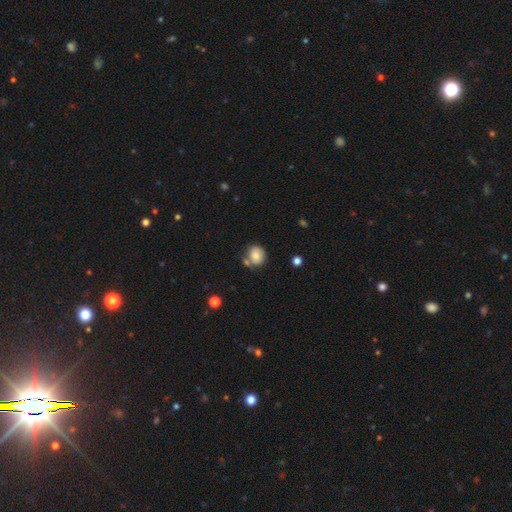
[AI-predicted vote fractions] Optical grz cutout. It shows a smooth galaxy with no disk features (79%) that is round (75%). Merging: none (59%).